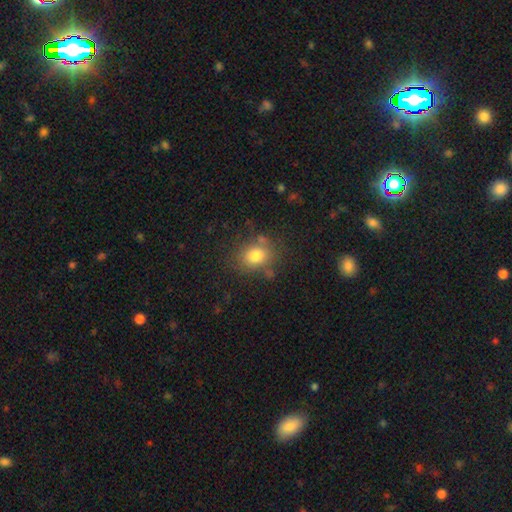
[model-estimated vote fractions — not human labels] Morphology: type=smooth (78%); roundness=round (56%); merging=none (72%).